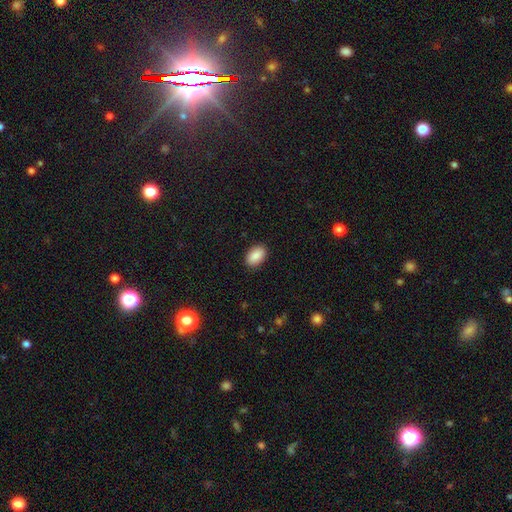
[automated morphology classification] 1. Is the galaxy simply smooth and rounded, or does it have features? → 88% smooth, 7% star or artifact, 5% featured or disk.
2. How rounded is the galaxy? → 90% in between, 9% round, 1% cigar-shaped.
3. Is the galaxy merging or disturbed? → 89% none, 8% minor disturbance, 2% major disturbance, 1% merger.